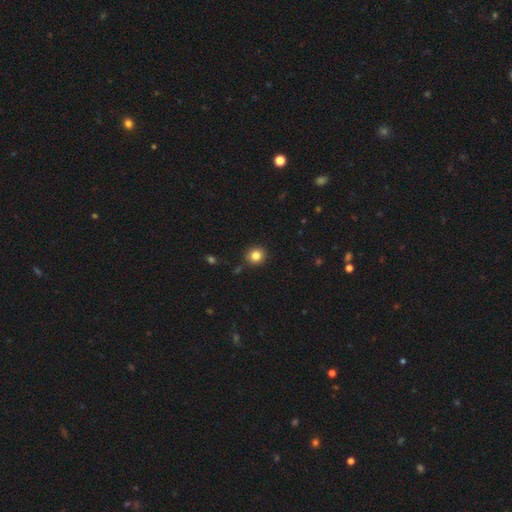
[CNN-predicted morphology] This appears to be a smooth galaxy with no disk features (83%) that is round (88%). Merging: none (89%).